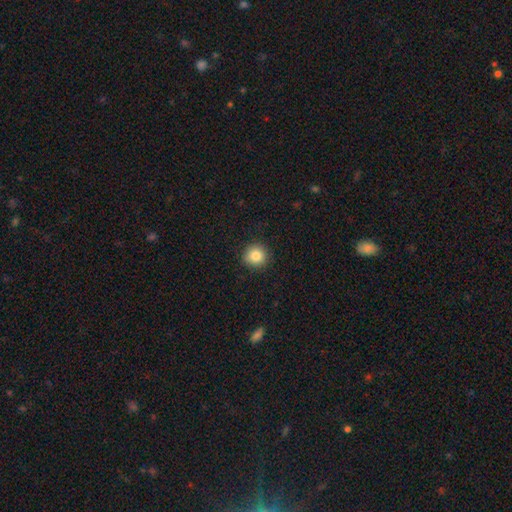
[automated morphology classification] A smooth galaxy with no disk features (84%) that is round (92%). Merging: none (90%).